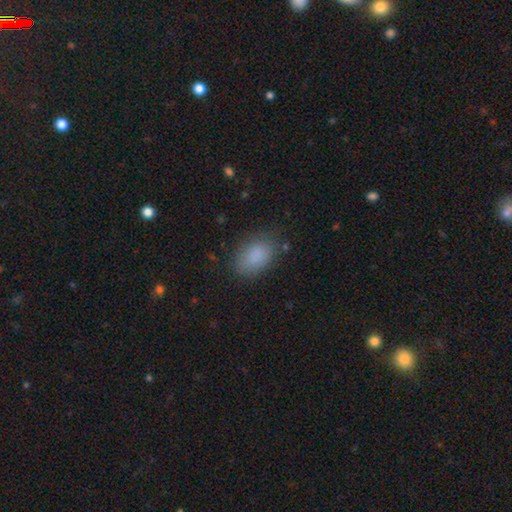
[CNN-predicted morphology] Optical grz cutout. It shows a smooth galaxy with no disk features (86%) that is in between round and cigar-shaped (87%). Merging: none (77%).